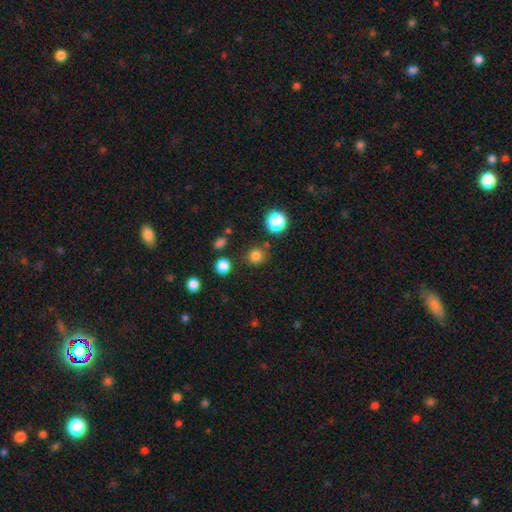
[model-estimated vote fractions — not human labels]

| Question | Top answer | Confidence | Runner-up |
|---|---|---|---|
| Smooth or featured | smooth | 79% | star or artifact (16%) |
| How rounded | round | 92% | in between (7%) |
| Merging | none | 82% | minor disturbance (10%) |